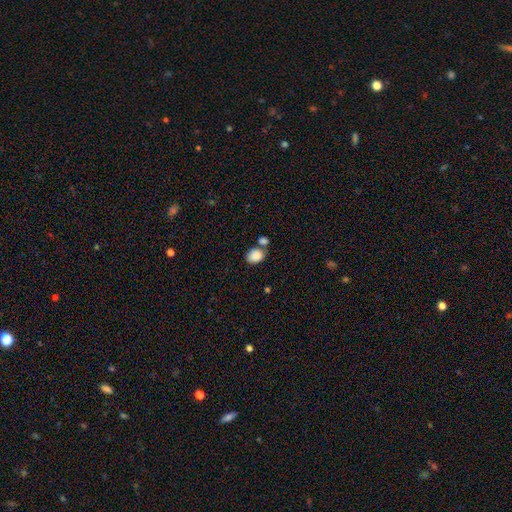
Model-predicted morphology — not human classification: This is clearly a smooth galaxy (87%). How rounded: possibly in between (59%). Merging: possibly none (54%).